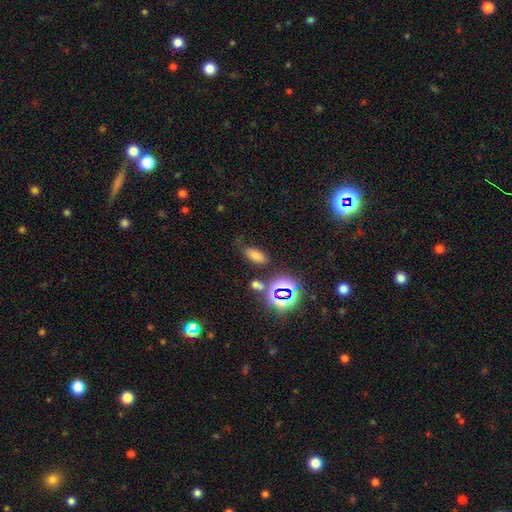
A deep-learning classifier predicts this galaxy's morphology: This appears to be a smooth galaxy with no disk features (68%) that is in between round and cigar-shaped (83%). Merging: none (74%).